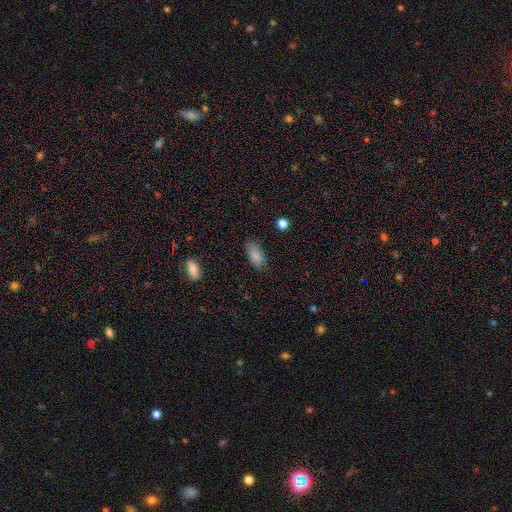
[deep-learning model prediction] Smooth or featured: smooth — 85% (star or artifact — 8%)
How rounded: in between — 90% (cigar-shaped — 7%)
Merging: none — 76% (minor disturbance — 18%)